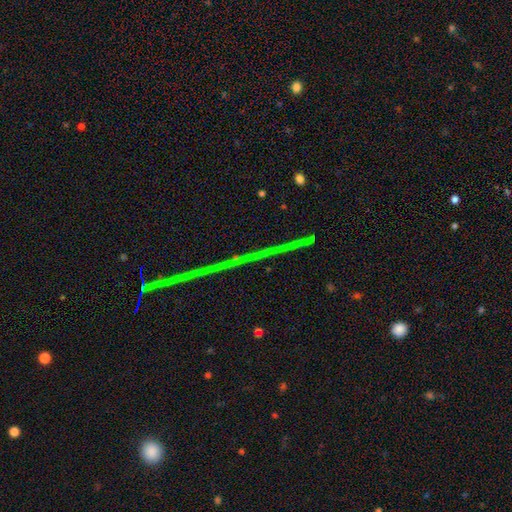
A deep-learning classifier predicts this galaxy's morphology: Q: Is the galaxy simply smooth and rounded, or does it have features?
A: star or artifact — 80%.